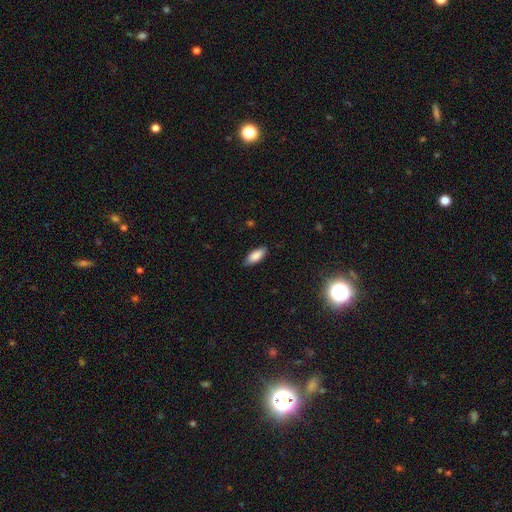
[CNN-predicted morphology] This is clearly a smooth galaxy (86%). How rounded: clearly in between (83%). Merging: clearly none (83%).